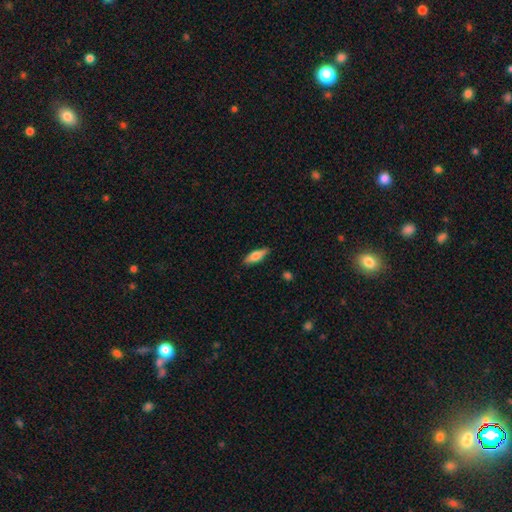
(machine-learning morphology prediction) This appears to be a smooth galaxy with no disk features (65%) that is in between round and cigar-shaped (51%). Merging: none (86%).